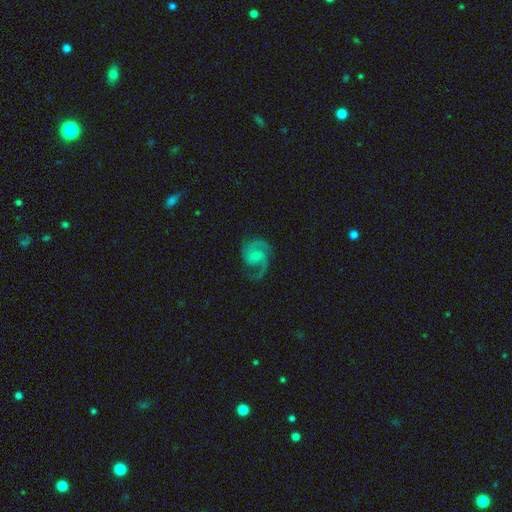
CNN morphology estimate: This appears to be a featured or disk galaxy (83%) with no bar (53%), 2 (64%) medium (53%) spiral arms (96%) and a small central bulge (56%). Merging: none (61%).